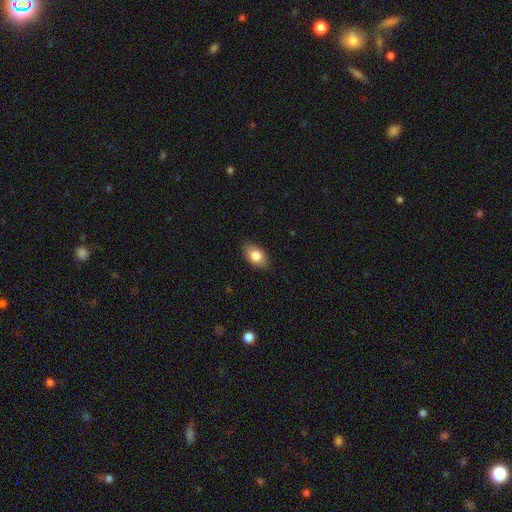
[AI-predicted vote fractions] Q: Smooth or featured?
A: smooth (83%); runner-up: featured or disk (10%)
Q: How rounded?
A: in between (89%); runner-up: round (9%)
Q: Merging?
A: none (87%); runner-up: minor disturbance (10%)